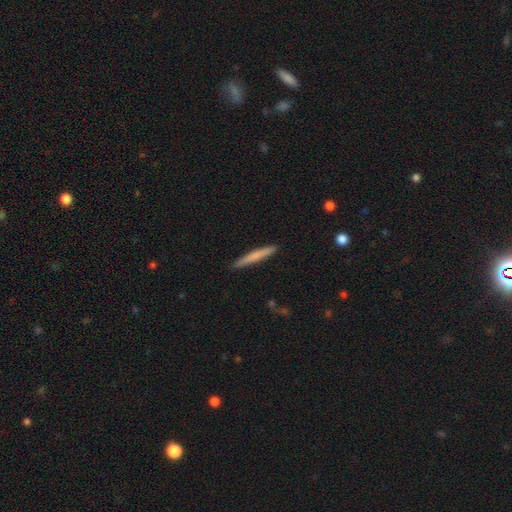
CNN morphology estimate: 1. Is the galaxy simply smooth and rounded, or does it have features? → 66% smooth, 28% featured or disk, 5% star or artifact.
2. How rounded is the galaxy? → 96% cigar-shaped, 3% in between, 1% round.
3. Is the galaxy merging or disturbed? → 90% none, 7% minor disturbance, 1% major disturbance, 1% merger.